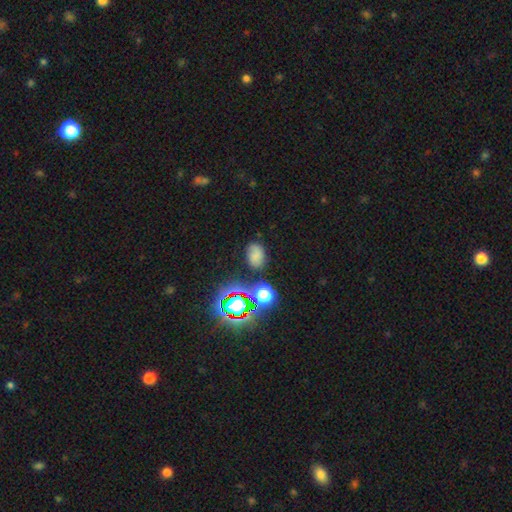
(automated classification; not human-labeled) Overall: smooth (64%). How rounded: in between (77%). Merging: none (71%).